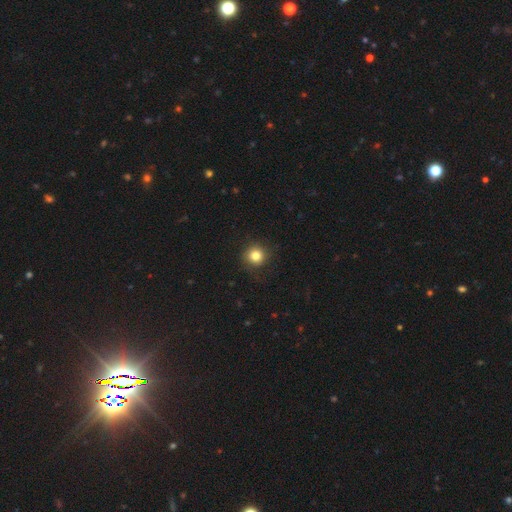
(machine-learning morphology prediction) A smooth galaxy with no disk features (82%) that is round (93%). Merging: none (86%).